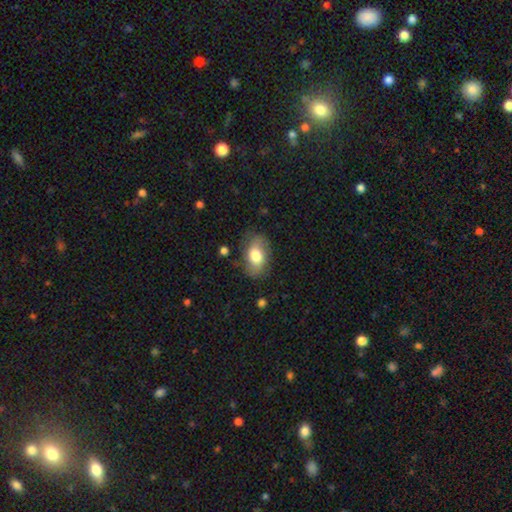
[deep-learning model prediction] Morphology: type=smooth (70%); roundness=in between (89%); merging=none (75%).